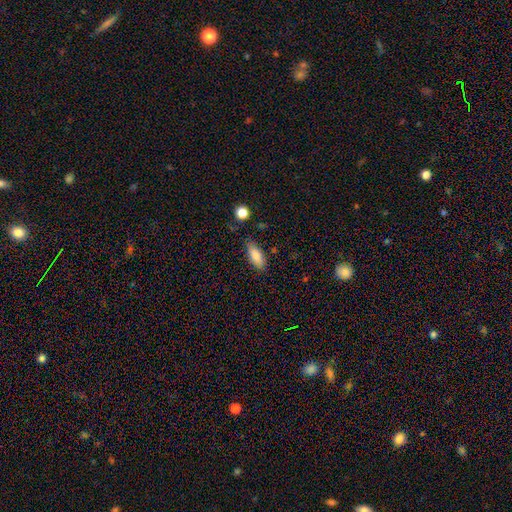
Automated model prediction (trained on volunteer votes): This appears to be a smooth galaxy with no disk features (84%) that is in between round and cigar-shaped (79%). Merging: none (79%).